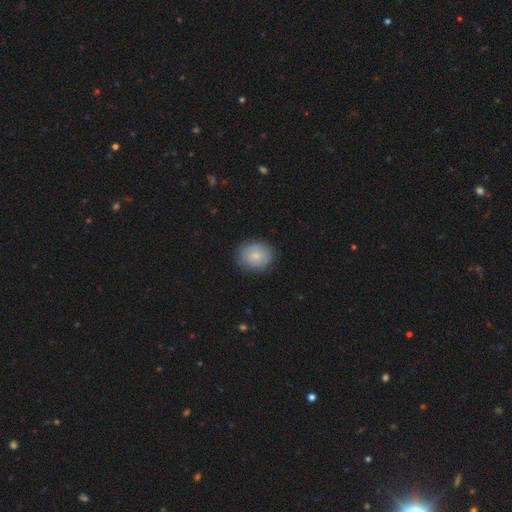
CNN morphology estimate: This is likely a smooth galaxy (73%). How rounded: likely round (69%). Merging: clearly none (82%).